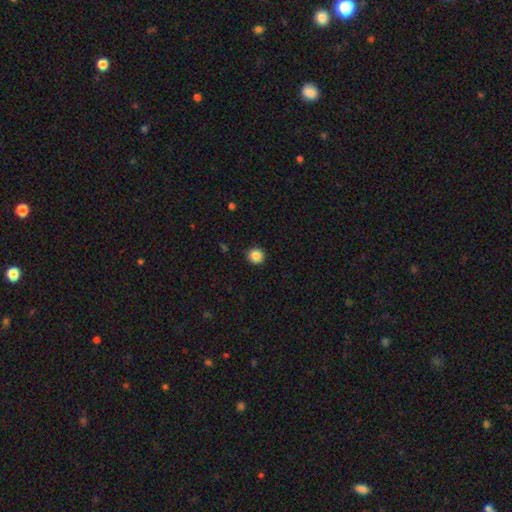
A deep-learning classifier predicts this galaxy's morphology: Smooth or featured: smooth — 87% (star or artifact — 10%)
How rounded: round — 95% (in between — 4%)
Merging: none — 93% (minor disturbance — 5%)